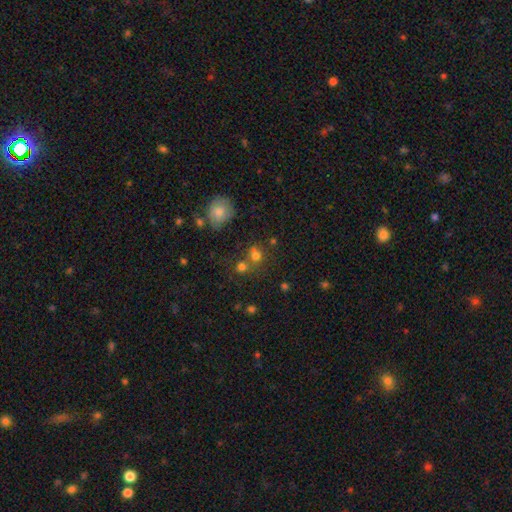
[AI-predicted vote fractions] Smooth or featured? Predicted: smooth (p=0.69). How rounded? Predicted: round (p=0.76). Merging? Predicted: none (p=0.47).